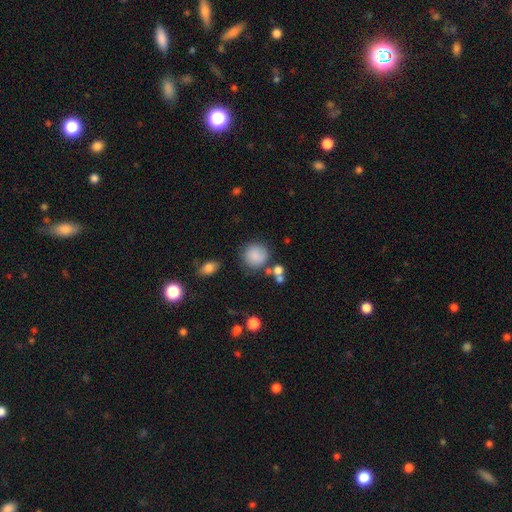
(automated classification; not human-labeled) A smooth galaxy with no disk features (85%) that is round (90%).

Vote fractions:
- Smooth or featured? smooth: 85% / star or artifact: 9% / featured or disk: 6%
- How rounded? round: 90% / in between: 9% / cigar-shaped: 1%
- Merging? none: 77% / minor disturbance: 13% / merger: 6% / major disturbance: 4%